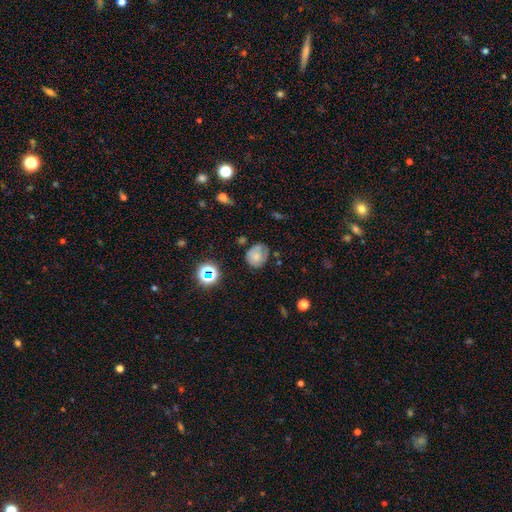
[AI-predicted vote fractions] Smooth or featured: smooth — 68% (featured or disk — 18%)
How rounded: round — 76% (in between — 23%)
Merging: none — 62% (minor disturbance — 27%)